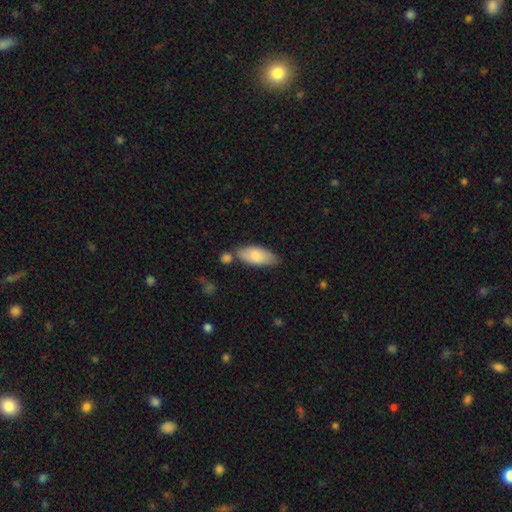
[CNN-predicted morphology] A smooth galaxy with no disk features (82%) that is in between round and cigar-shaped (83%). Merging: none (64%).